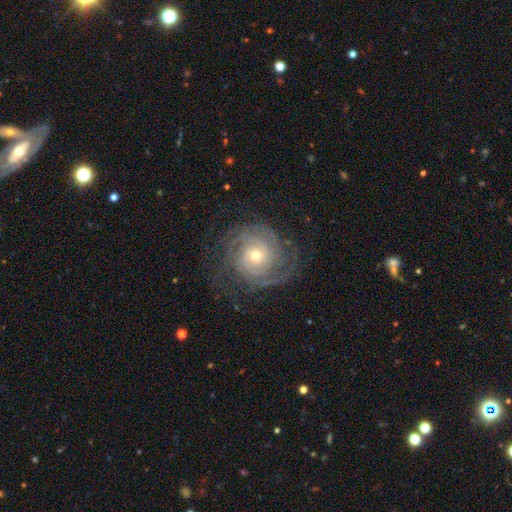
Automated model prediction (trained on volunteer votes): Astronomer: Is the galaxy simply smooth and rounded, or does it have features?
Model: featured or disk — 87%.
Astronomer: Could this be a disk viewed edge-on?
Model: no — 97%.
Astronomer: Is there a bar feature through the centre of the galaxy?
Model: no — 78%.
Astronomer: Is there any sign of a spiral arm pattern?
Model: yes — 97%.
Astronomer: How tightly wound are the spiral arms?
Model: tight — 74%.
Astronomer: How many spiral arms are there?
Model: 2 — 29% (runner-up: can't tell, 26%).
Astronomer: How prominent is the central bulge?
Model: small — 54% (runner-up: moderate, 42%).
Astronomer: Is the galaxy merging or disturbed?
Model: none — 75%.